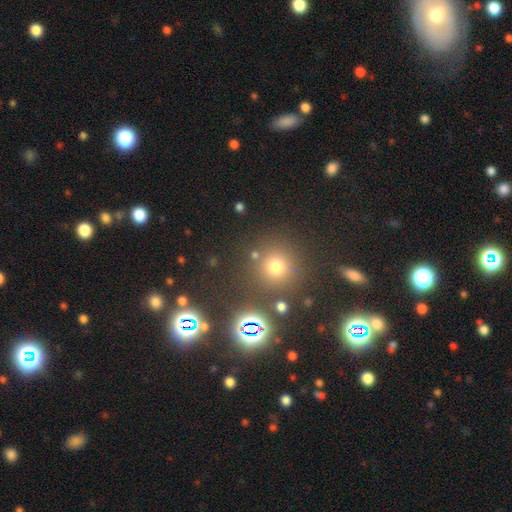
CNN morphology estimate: This appears to be a smooth galaxy with no disk features (57%) that is round (94%). Merging: none (84%).